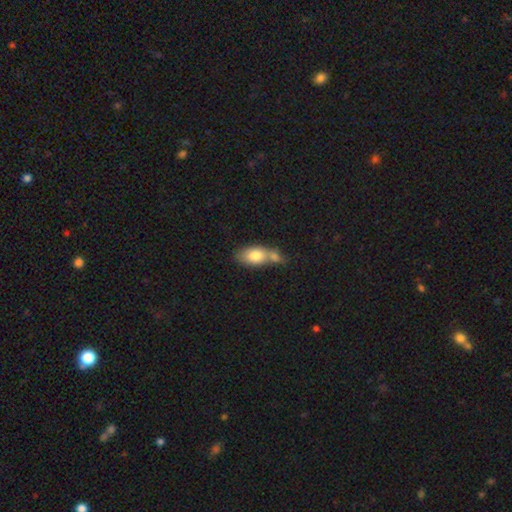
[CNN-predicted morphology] This is likely a smooth galaxy (77%). How rounded: clearly in between (85%). Merging: possibly merger (56%).